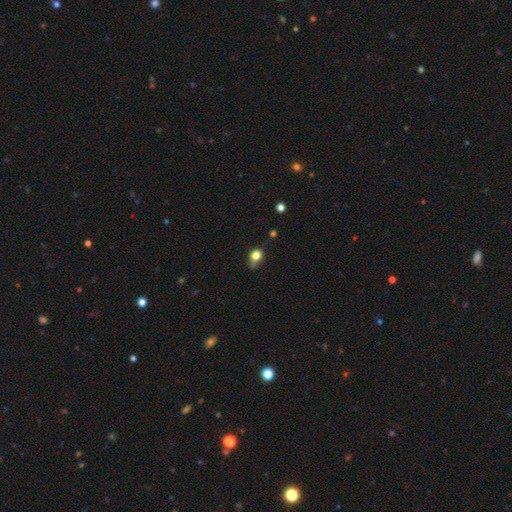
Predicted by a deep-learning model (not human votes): Smooth or featured: smooth — 79% (star or artifact — 12%)
How rounded: round — 59% (in between — 40%)
Merging: none — 49% (minor disturbance — 34%)